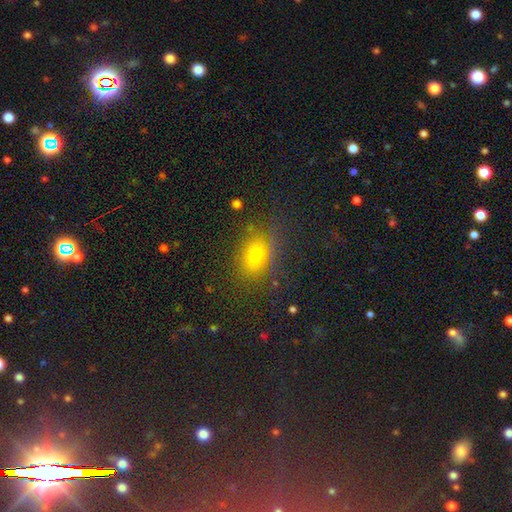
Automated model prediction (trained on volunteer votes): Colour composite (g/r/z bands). It shows a smooth galaxy with no disk features (70%) that is in between round and cigar-shaped (65%). Merging: none (78%).